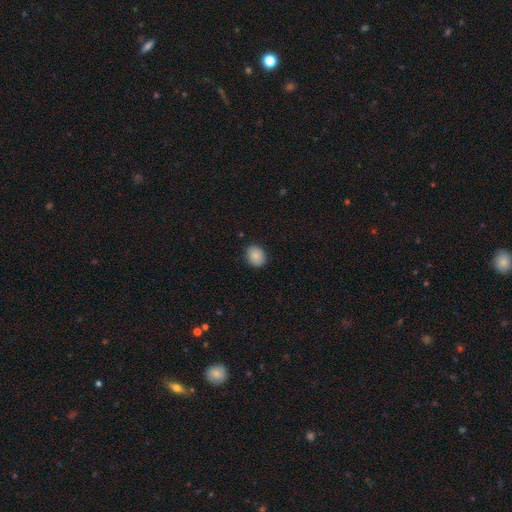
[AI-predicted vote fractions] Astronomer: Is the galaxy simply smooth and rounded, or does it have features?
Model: smooth — 87%.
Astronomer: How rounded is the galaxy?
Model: in between — 54% (runner-up: round, 46%).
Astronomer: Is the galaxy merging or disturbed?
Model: none — 87%.